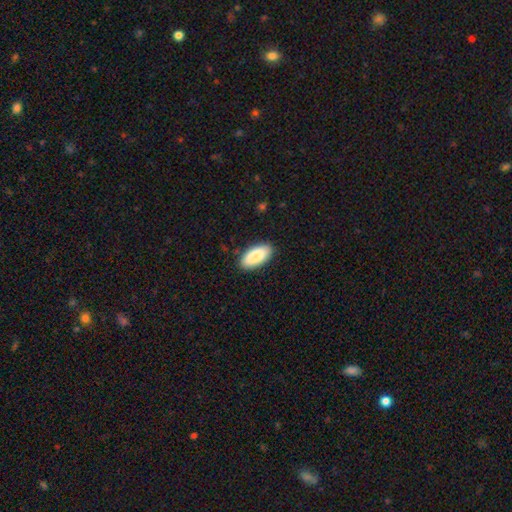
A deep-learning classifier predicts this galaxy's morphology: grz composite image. It shows a smooth galaxy with no disk features (87%) that is in between round and cigar-shaped (91%). Merging: none (88%).